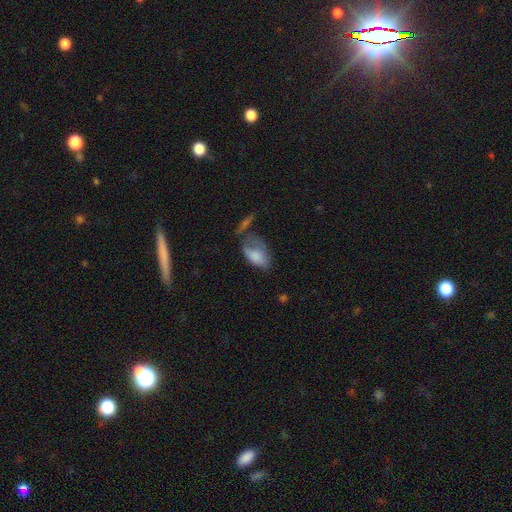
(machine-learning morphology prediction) Smooth or featured: smooth — 75% (featured or disk — 17%)
How rounded: in between — 91% (round — 5%)
Merging: none — 31% (minor disturbance — 30%)